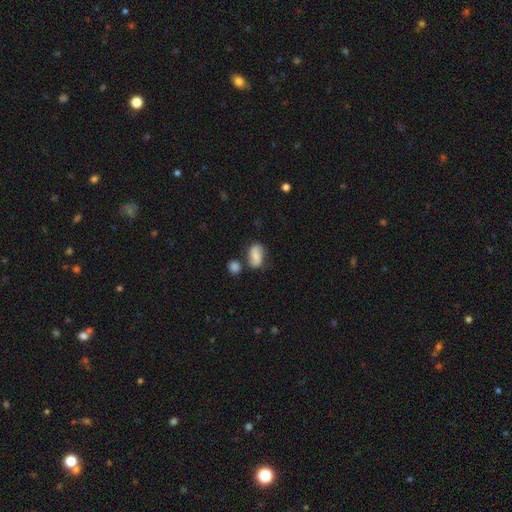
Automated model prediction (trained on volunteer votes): This is possibly a smooth galaxy (55%). How rounded: clearly in between (85%). Merging: possibly none (59%).